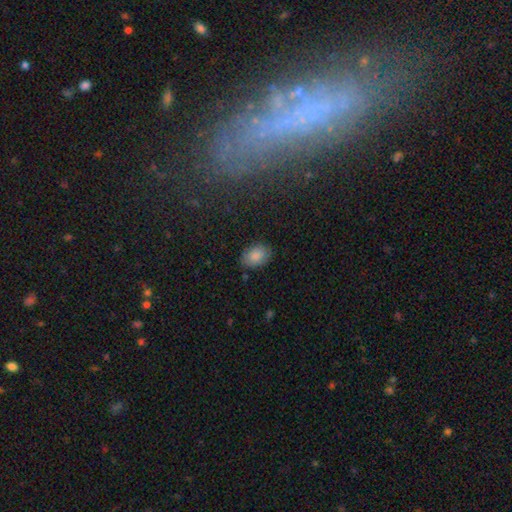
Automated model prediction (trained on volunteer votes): Smooth or featured?
  - smooth: 86% *
  - star or artifact: 8%
  - featured or disk: 6%
How rounded?
  - in between: 83% *
  - round: 16%
  - cigar-shaped: 1%
Merging?
  - none: 83% *
  - minor disturbance: 13%
  - major disturbance: 3%
  - merger: 1%